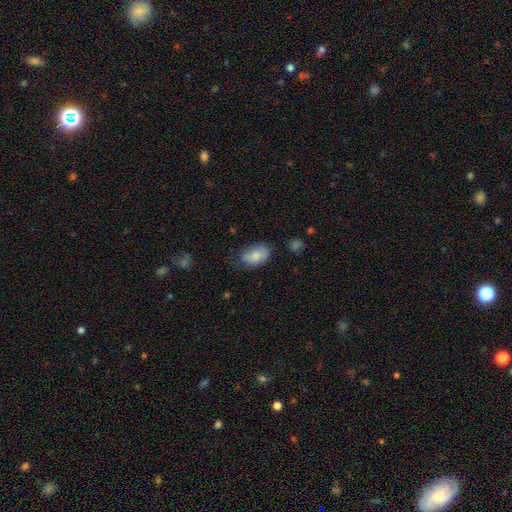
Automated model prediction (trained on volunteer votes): Smooth or featured? smooth (79%)
How rounded? in between (91%)
Merging? none (65%)